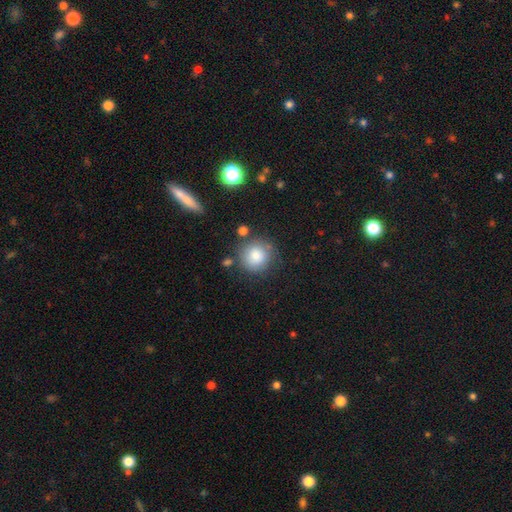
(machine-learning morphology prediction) Q: Smooth or featured?
A: smooth (83%); runner-up: featured or disk (9%)
Q: How rounded?
A: round (92%); runner-up: in between (7%)
Q: Merging?
A: none (76%); runner-up: minor disturbance (13%)